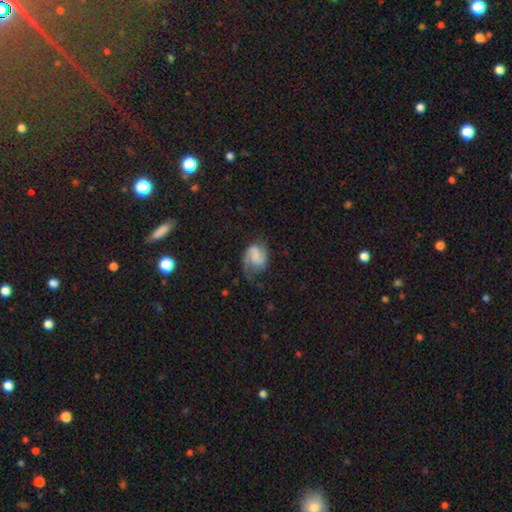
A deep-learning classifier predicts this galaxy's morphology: type=featured or disk (68%); edge-on=no (98%); bar=no (47%); spiral arms=yes (93%); winding=medium (44%); arm count=2 (75%); bulge=none (50%); merging=none (52%).